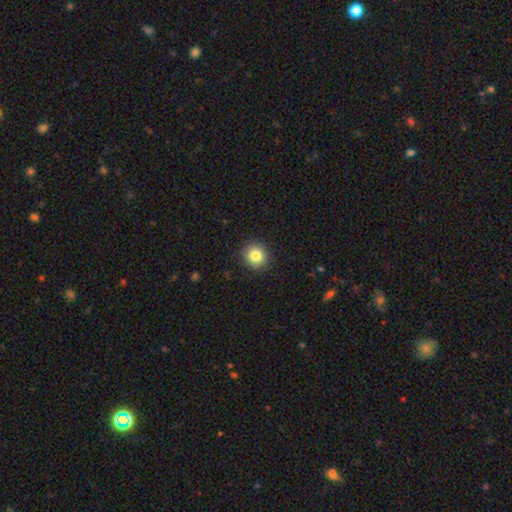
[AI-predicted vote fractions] This is clearly a smooth galaxy (84%). How rounded: clearly round (88%). Merging: clearly none (91%).